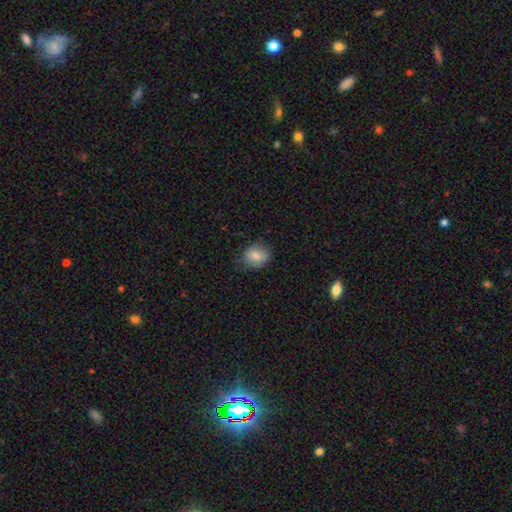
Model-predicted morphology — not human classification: A smooth galaxy with no disk features (79%) that is round (65%). Merging: none (71%).